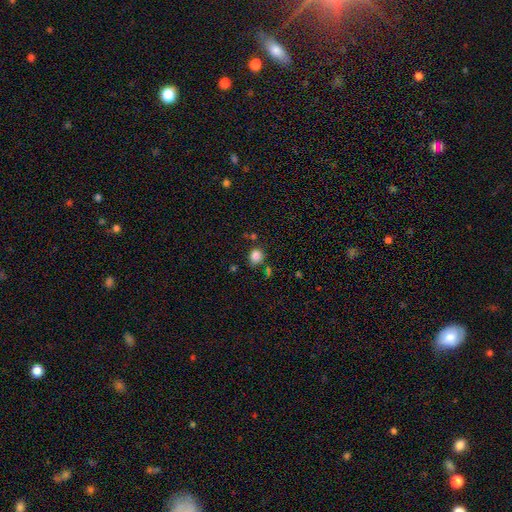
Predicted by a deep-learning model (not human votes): Morphology: type=smooth (84%); roundness=round (73%); merging=none (73%).